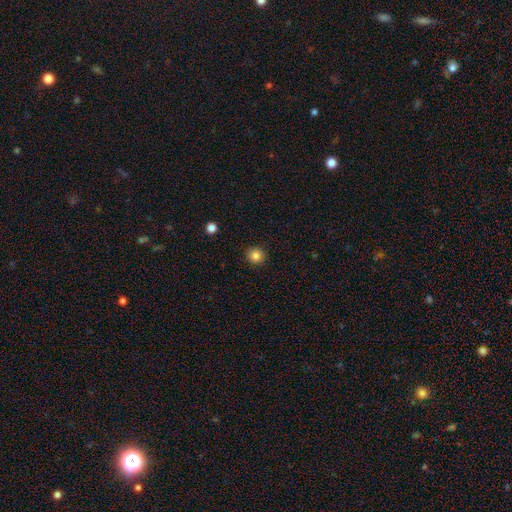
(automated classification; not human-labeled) smooth 84%, star or artifact 11%, featured or disk 5%. Down the decision tree: how rounded — round (94%); merging — none (91%).